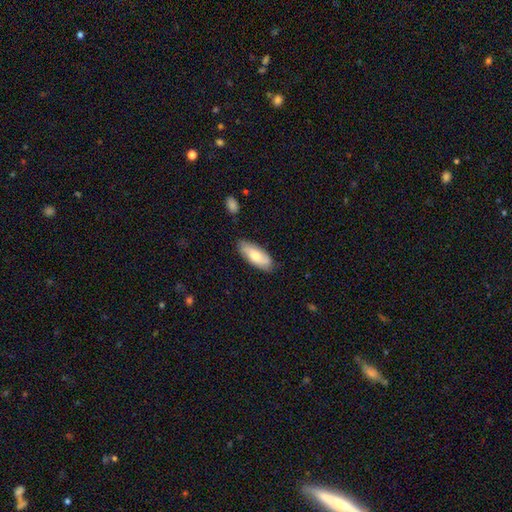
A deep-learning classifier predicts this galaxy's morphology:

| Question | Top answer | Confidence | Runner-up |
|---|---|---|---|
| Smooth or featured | smooth | 62% | featured or disk (32%) |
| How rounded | in between | 80% | cigar-shaped (18%) |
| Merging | none | 82% | minor disturbance (14%) |